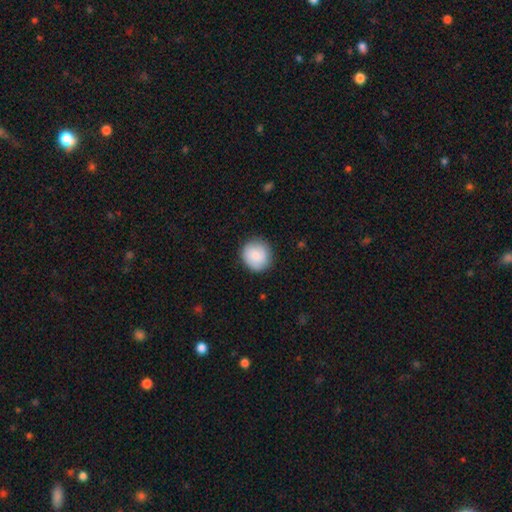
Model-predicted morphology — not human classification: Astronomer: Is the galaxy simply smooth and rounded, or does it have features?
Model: smooth — 80%.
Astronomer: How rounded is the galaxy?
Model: round — 90%.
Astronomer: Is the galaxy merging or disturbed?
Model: none — 86%.